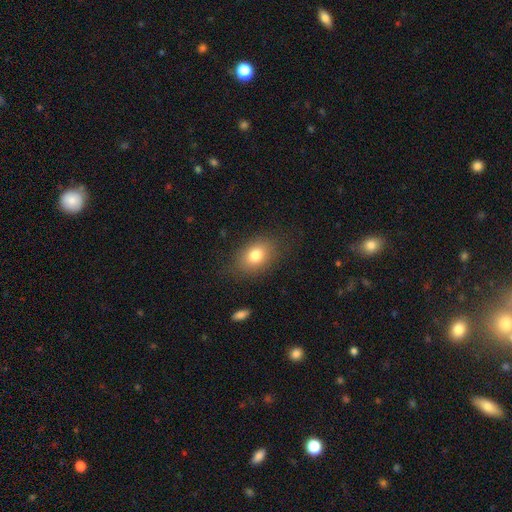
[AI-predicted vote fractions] This appears to be a smooth galaxy with no disk features (79%) that is in between round and cigar-shaped (74%). Merging: none (79%).